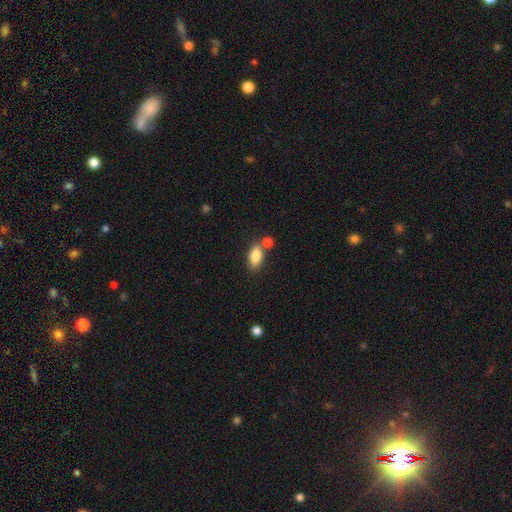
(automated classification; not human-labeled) Smooth or featured: smooth — 83% (featured or disk — 9%)
How rounded: in between — 88% (cigar-shaped — 7%)
Merging: none — 66% (merger — 19%)